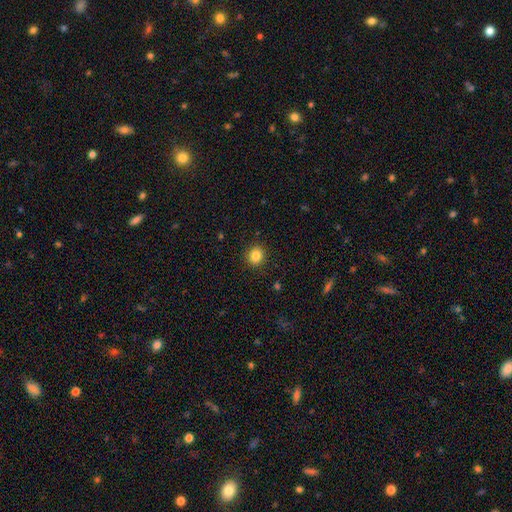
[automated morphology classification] The model was most divided on "how rounded": round: 85%, in between: 14%, cigar-shaped: 1%. More confident: merging — none (91%); smooth or featured — smooth (85%).